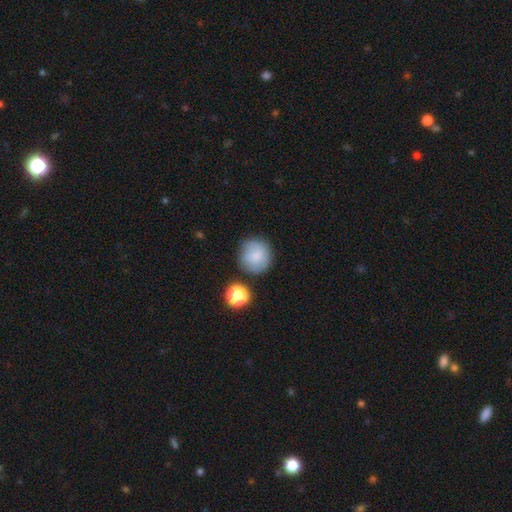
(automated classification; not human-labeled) Smooth or featured? Predicted: smooth (p=0.80). How rounded? Predicted: round (p=0.93). Merging? Predicted: none (p=0.76).